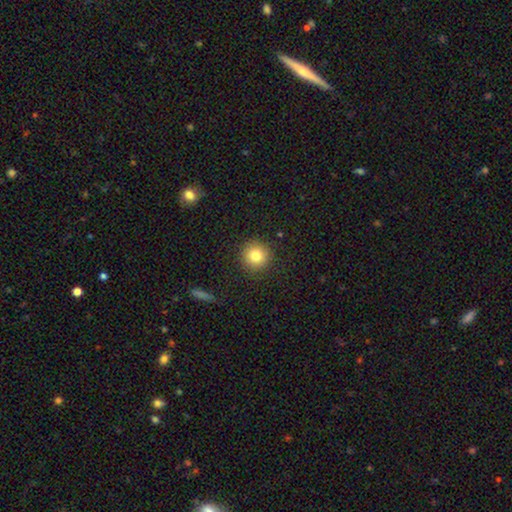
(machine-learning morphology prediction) Smooth or featured?
  - smooth: 81% *
  - star or artifact: 11%
  - featured or disk: 8%
How rounded?
  - round: 95% *
  - in between: 4%
  - cigar-shaped: 1%
Merging?
  - none: 90% *
  - minor disturbance: 7%
  - major disturbance: 2%
  - merger: 1%